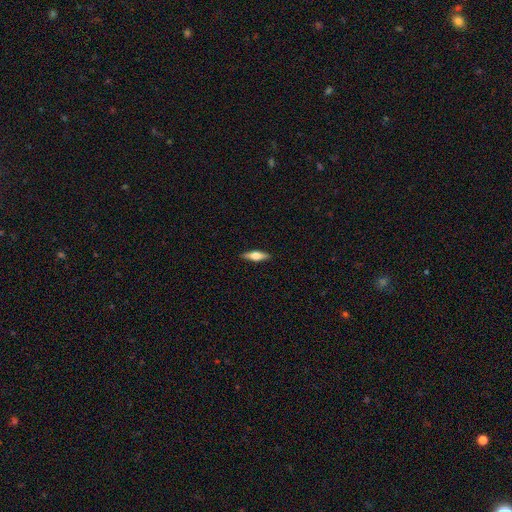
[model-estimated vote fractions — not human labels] Overall: smooth (52%; featured or disk 42%). How rounded: cigar-shaped (54%; in between 43%). Merging: none (90%).